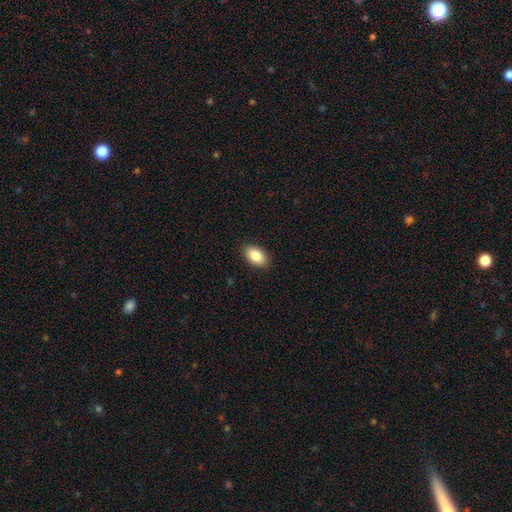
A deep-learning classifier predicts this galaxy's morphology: A smooth galaxy with no disk features (87%) that is in between round and cigar-shaped (93%).

Vote fractions:
- Smooth or featured? smooth: 87% / star or artifact: 7% / featured or disk: 6%
- How rounded? in between: 93% / round: 6% / cigar-shaped: 1%
- Merging? none: 89% / minor disturbance: 8% / major disturbance: 2% / merger: 1%